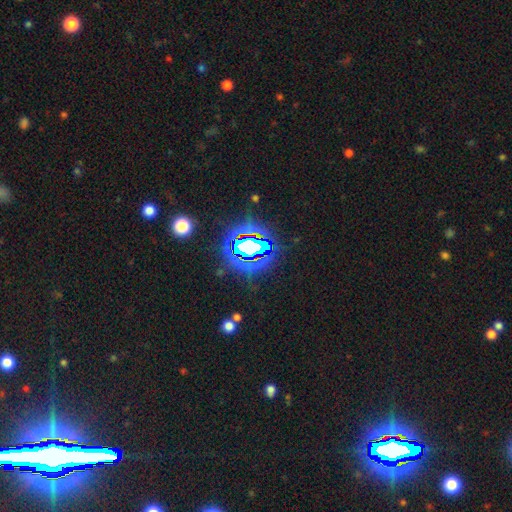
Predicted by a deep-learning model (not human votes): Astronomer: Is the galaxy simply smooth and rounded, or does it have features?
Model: star or artifact — 78%.